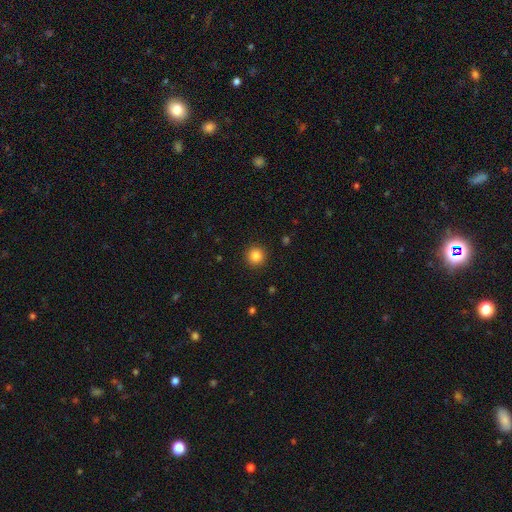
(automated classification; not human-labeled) Morphology: type=smooth (85%); roundness=round (95%); merging=none (92%).